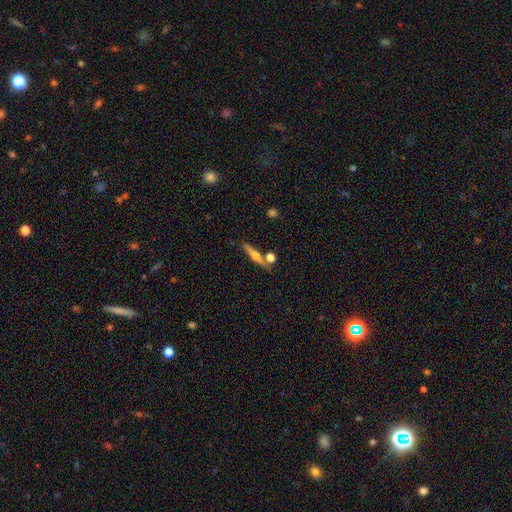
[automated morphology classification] This is possibly a featured or disk galaxy (50%). It is clearly viewed edge-on (94%). Merging: likely none (70%).